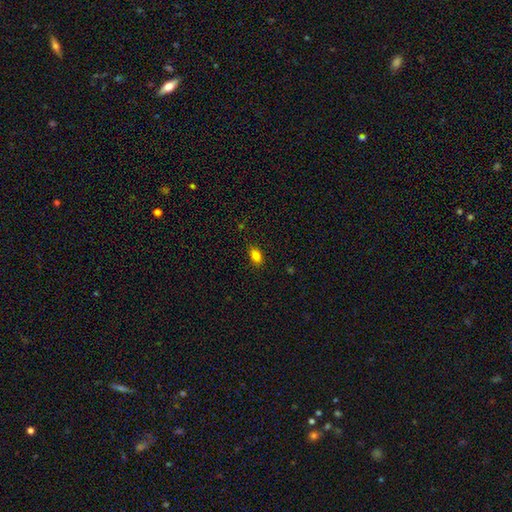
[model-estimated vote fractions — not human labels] This is clearly a smooth galaxy (83%). How rounded: clearly in between (86%). Merging: clearly none (83%).